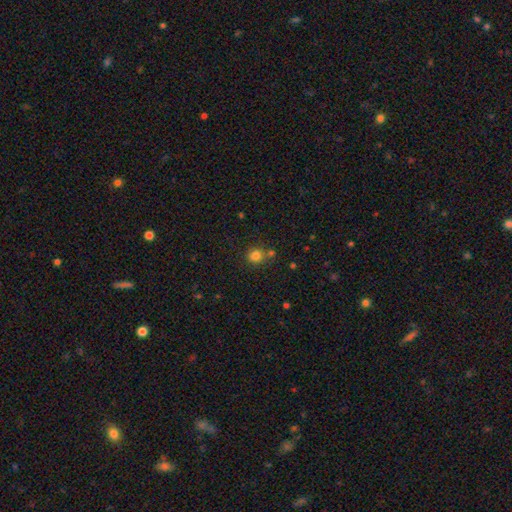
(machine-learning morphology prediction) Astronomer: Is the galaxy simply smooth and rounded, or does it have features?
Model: smooth — 81%.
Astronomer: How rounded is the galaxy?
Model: round — 87%.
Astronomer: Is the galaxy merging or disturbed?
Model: none — 72%.